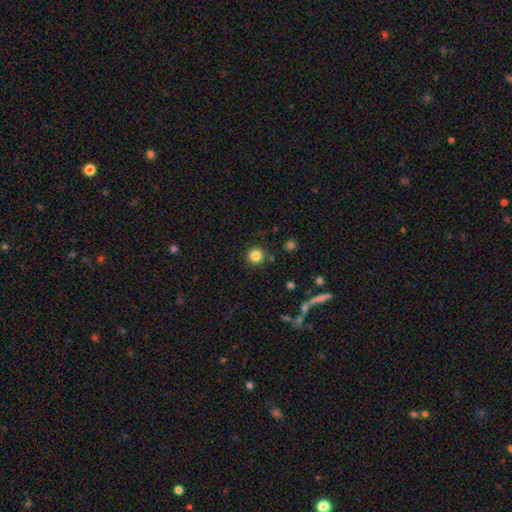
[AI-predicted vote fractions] Smooth or featured? smooth (84%)
How rounded? round (95%)
Merging? none (88%)